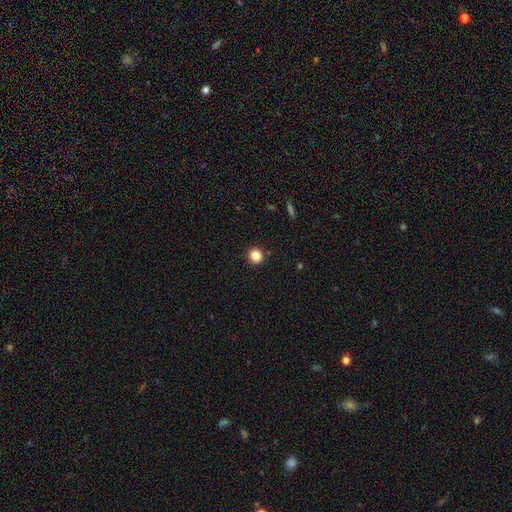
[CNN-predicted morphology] This is clearly a smooth galaxy (85%). How rounded: clearly round (91%). Merging: clearly none (92%).